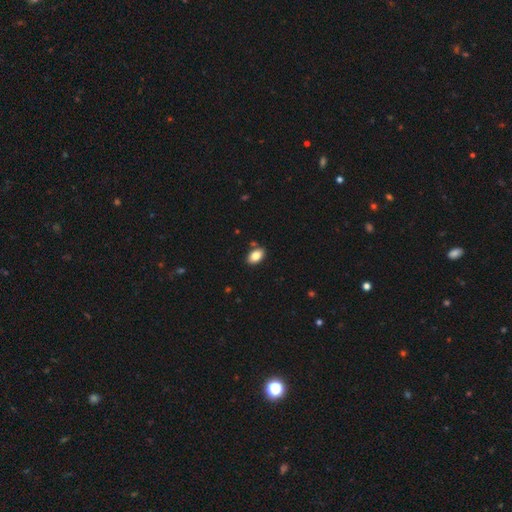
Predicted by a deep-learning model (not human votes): Q: Smooth or featured?
A: smooth (84%); runner-up: star or artifact (8%)
Q: How rounded?
A: in between (91%); runner-up: round (8%)
Q: Merging?
A: none (84%); runner-up: minor disturbance (10%)